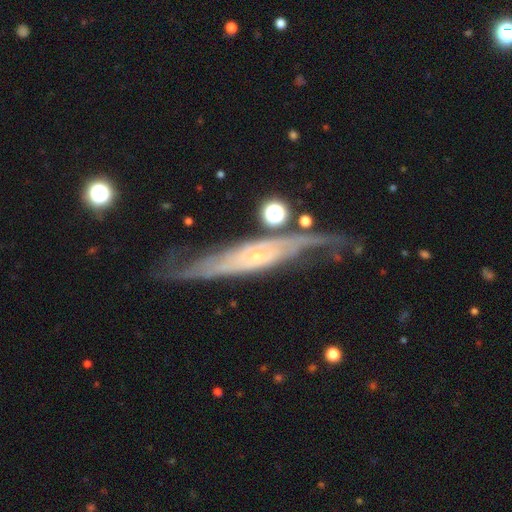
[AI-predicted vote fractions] Smooth or featured? featured or disk (81%)
Edge-on disk? no (54%)
Merging? none (63%)